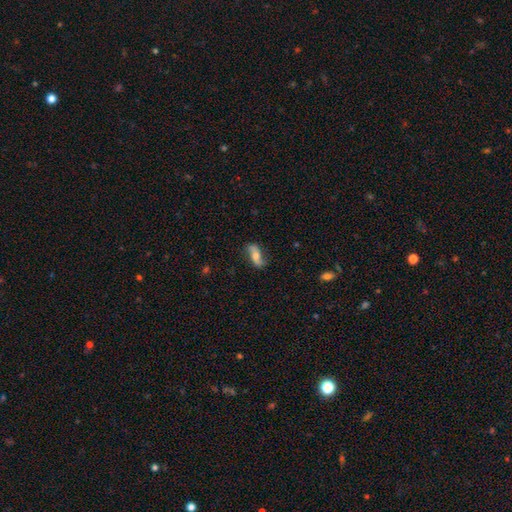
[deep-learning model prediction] Overall: featured or disk (51%; smooth 41%). Edge-on disk: no (81%). Merging: none (76%).